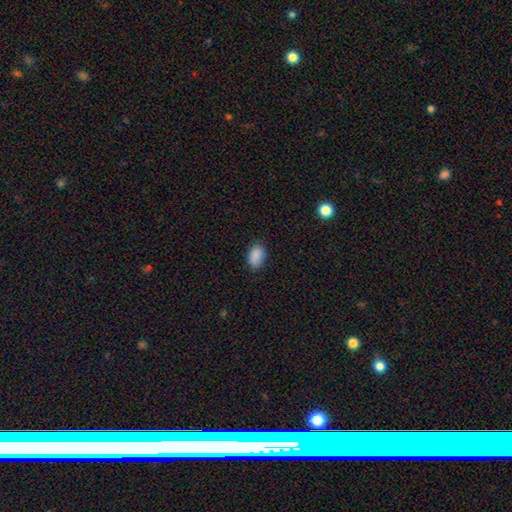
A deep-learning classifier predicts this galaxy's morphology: smooth 89%, star or artifact 8%, featured or disk 3%. Down the decision tree: how rounded — in between (85%); merging — none (81%).